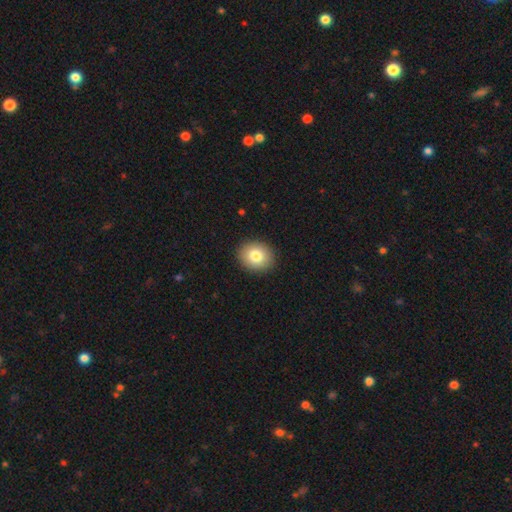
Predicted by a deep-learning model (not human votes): smooth 81%, featured or disk 10%, star or artifact 9%. Down the decision tree: how rounded — round (61%); merging — none (91%).